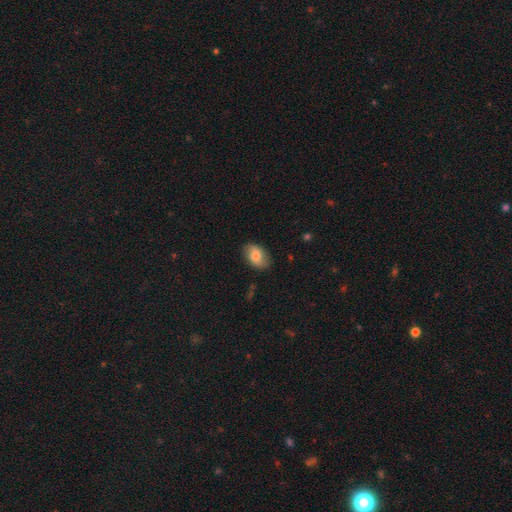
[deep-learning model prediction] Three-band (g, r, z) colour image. It shows a smooth galaxy with no disk features (78%) that is in between round and cigar-shaped (87%). Merging: none (82%).